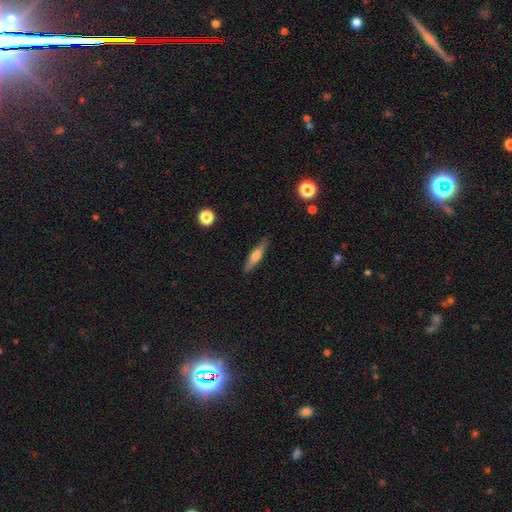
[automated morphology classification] A smooth galaxy with no disk features (55%) that is cigar-shaped (80%).

Vote fractions:
- Smooth or featured? smooth: 55% / featured or disk: 39% / star or artifact: 7%
- How rounded? cigar-shaped: 80% / in between: 18% / round: 2%
- Merging? none: 86% / minor disturbance: 10% / major disturbance: 2% / merger: 1%